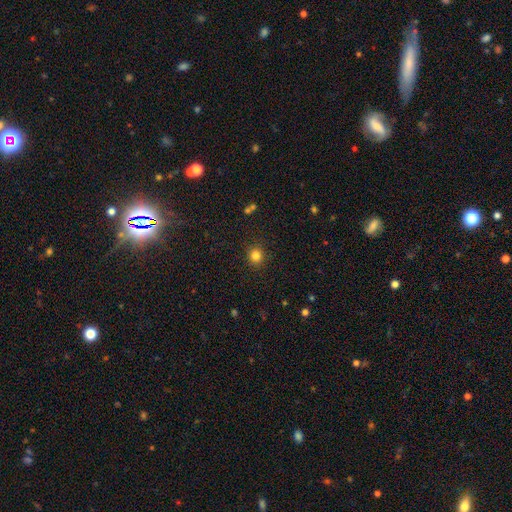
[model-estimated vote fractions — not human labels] A smooth galaxy with no disk features (82%) that is round (91%). Merging: none (90%).